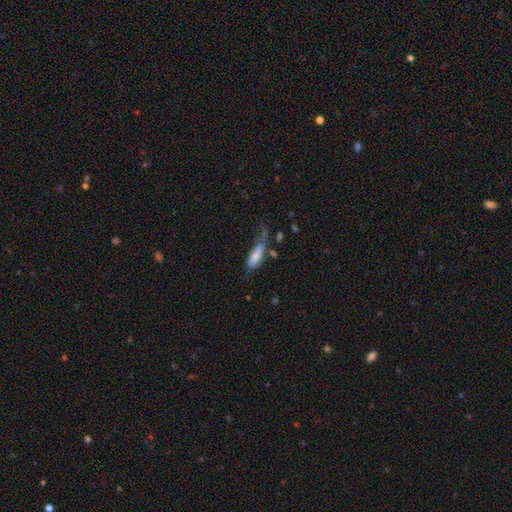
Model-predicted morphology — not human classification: A smooth galaxy with no disk features (73%) that is in between round and cigar-shaped (67%). Merging: none (36%).